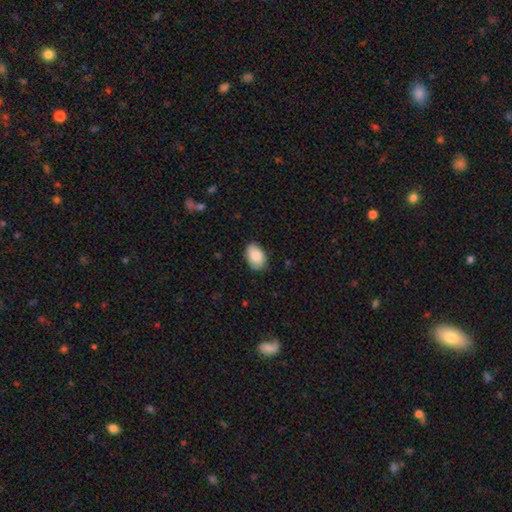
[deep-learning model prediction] Q: Smooth or featured?
A: smooth (87%); runner-up: featured or disk (7%)
Q: How rounded?
A: in between (88%); runner-up: round (11%)
Q: Merging?
A: none (80%); runner-up: minor disturbance (16%)